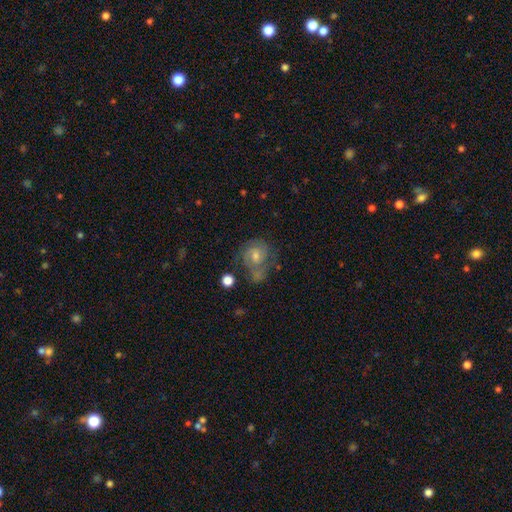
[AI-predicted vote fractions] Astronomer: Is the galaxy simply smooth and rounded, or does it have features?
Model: featured or disk — 73%.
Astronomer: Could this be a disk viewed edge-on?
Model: no — 98%.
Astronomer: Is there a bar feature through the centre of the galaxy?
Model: no — 62%.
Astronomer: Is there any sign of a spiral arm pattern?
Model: yes — 91%.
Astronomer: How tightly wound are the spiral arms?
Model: tight — 51% (runner-up: medium, 39%).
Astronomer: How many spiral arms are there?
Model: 2 — 59%.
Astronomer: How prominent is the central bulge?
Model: moderate — 53% (runner-up: small, 39%).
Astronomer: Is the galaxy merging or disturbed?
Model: none — 57%.